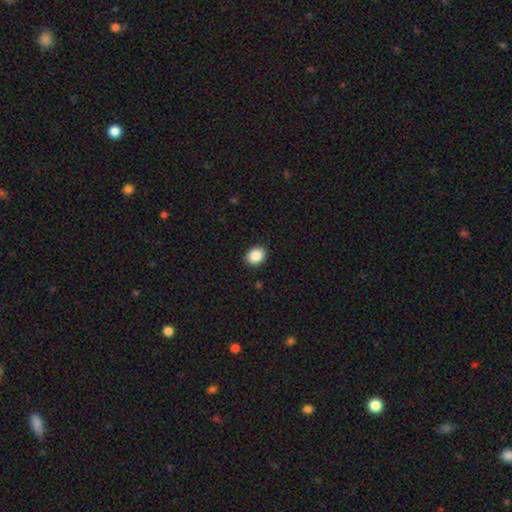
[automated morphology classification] smooth_or_featured: smooth (p=0.89) [alt: star or artifact p=0.08]
how_rounded: round (p=0.54) [alt: in between p=0.46]
merging: none (p=0.91) [alt: minor disturbance p=0.06]